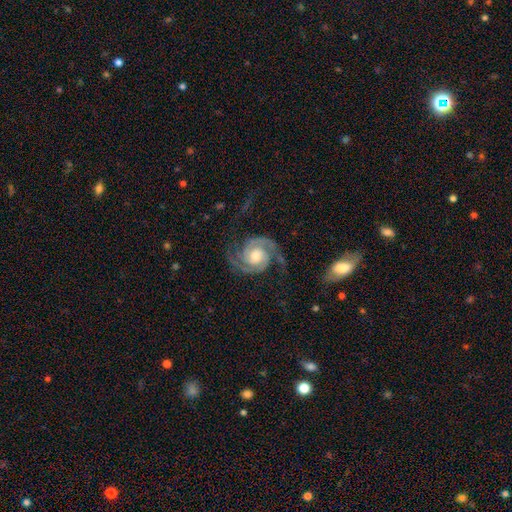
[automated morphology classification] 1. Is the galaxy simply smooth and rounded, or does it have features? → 92% featured or disk, 4% star or artifact, 4% smooth.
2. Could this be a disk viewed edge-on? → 98% no, 2% yes.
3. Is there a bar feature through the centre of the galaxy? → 63% no, 29% weak, 8% strong.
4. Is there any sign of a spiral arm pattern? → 99% yes, 1% no.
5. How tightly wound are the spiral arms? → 47% tight, 45% medium, 9% loose.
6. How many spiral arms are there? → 88% 2, 6% 3, 2% can't tell, 1% 1, 1% 4, 1% more than 4.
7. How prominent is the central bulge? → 61% moderate, 19% large, 14% small, 3% none, 2% dominant.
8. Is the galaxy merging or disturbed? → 75% none, 15% minor disturbance, 8% major disturbance, 2% merger.